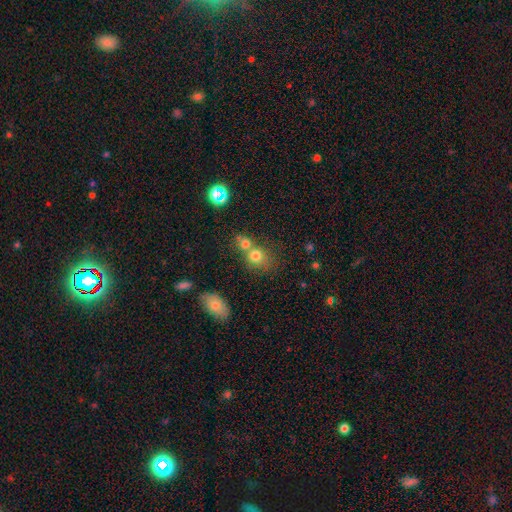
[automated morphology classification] A smooth galaxy with no disk features (74%) that is round (71%).

Vote fractions:
- Smooth or featured? smooth: 74% / star or artifact: 14% / featured or disk: 12%
- How rounded? round: 71% / in between: 27% / cigar-shaped: 1%
- Merging? merger: 49% / none: 37% / minor disturbance: 9% / major disturbance: 5%